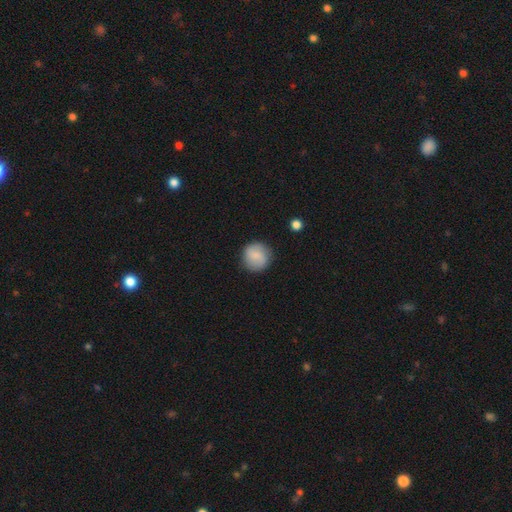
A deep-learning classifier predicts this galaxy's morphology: A smooth galaxy with no disk features (77%) that is round (92%). Merging: none (86%).